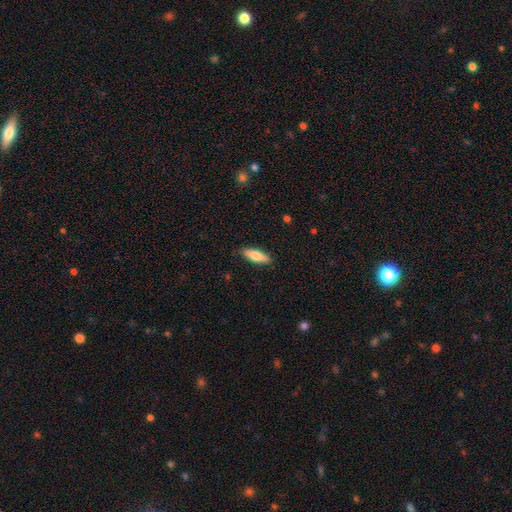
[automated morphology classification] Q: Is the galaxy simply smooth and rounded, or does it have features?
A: smooth — 77%.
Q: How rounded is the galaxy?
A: in between — 55%.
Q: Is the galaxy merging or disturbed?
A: none — 88%.